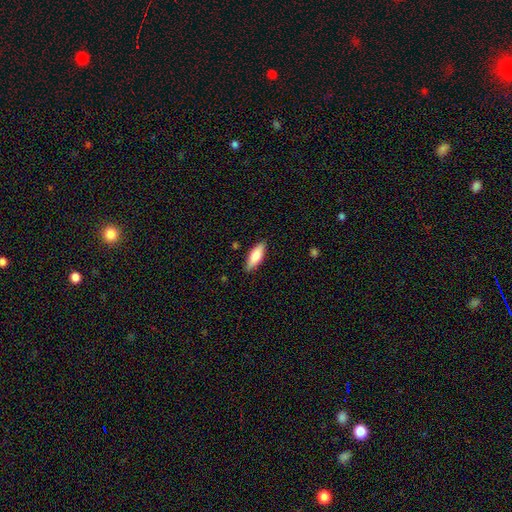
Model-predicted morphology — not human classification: smooth-or-featured: smooth: 76% | featured or disk: 18% | star or artifact: 6%
  how-rounded: in between: 63% | cigar-shaped: 35% | round: 2%
  merging: none: 86% | minor disturbance: 11% | major disturbance: 2% | merger: 1%